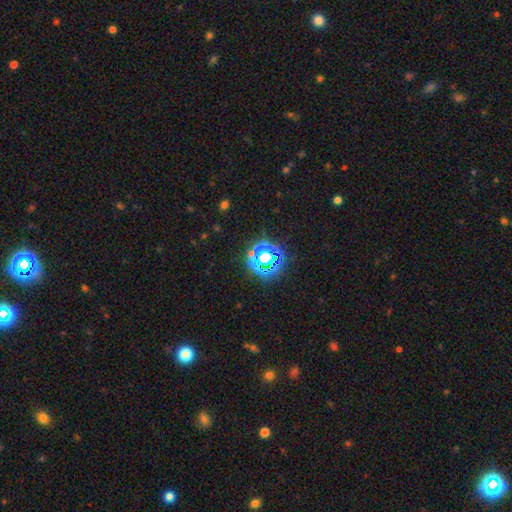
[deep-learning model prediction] star or artifact 70%, smooth 20%, featured or disk 10%.